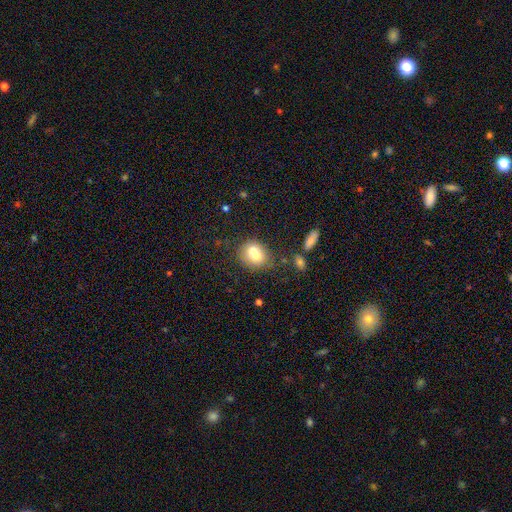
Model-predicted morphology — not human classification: Smooth or featured?
  - smooth: 67% *
  - featured or disk: 22%
  - star or artifact: 11%
How rounded?
  - round: 60% *
  - in between: 39%
  - cigar-shaped: 1%
Merging?
  - merger: 51% *
  - none: 34%
  - minor disturbance: 10%
  - major disturbance: 4%